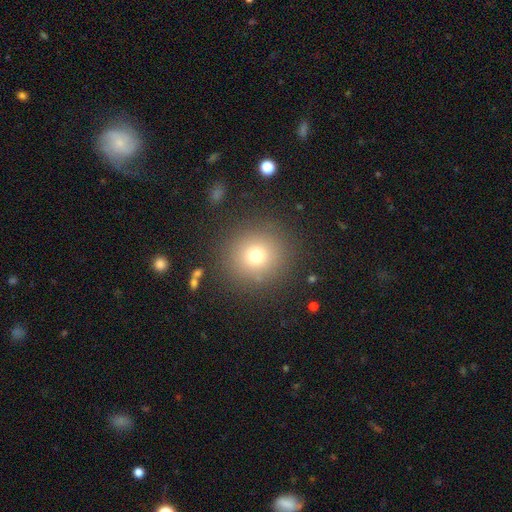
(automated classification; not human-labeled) Overall: smooth (73%). How rounded: round (92%). Merging: none (87%).